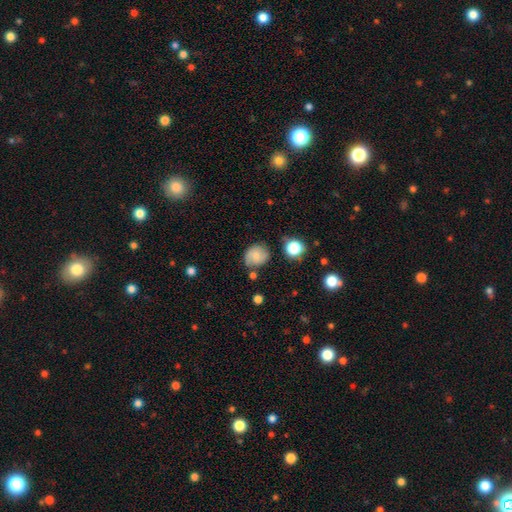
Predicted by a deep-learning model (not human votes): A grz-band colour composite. It shows a smooth galaxy with no disk features (61%) that is round (73%). Merging: none (69%).